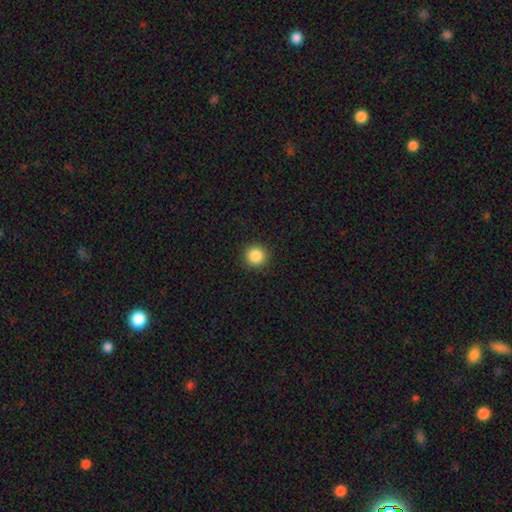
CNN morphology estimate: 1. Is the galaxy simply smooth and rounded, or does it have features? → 86% smooth, 10% star or artifact, 4% featured or disk.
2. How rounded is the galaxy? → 95% round, 4% in between, 1% cigar-shaped.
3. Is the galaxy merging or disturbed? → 92% none, 5% minor disturbance, 2% major disturbance, 1% merger.